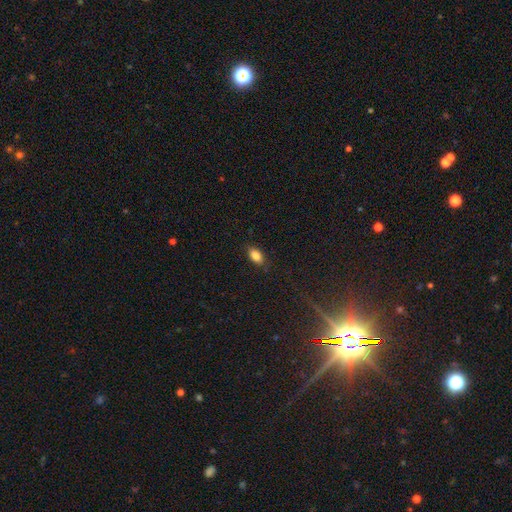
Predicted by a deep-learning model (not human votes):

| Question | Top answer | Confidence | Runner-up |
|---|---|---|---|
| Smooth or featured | smooth | 86% | star or artifact (9%) |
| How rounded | in between | 90% | round (6%) |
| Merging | none | 85% | minor disturbance (12%) |